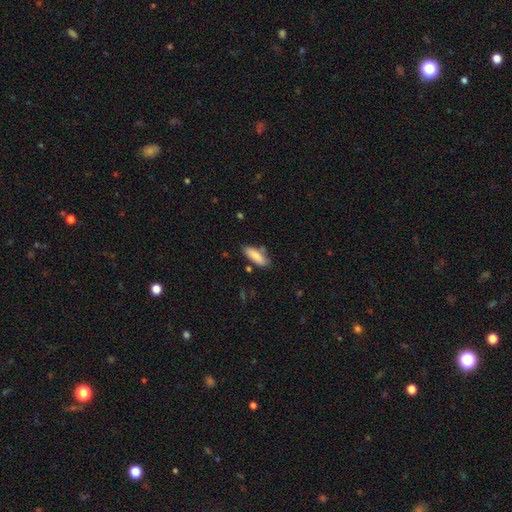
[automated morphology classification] Q: Smooth or featured?
A: smooth (84%); runner-up: featured or disk (10%)
Q: How rounded?
A: in between (65%); runner-up: cigar-shaped (33%)
Q: Merging?
A: none (76%); runner-up: minor disturbance (15%)